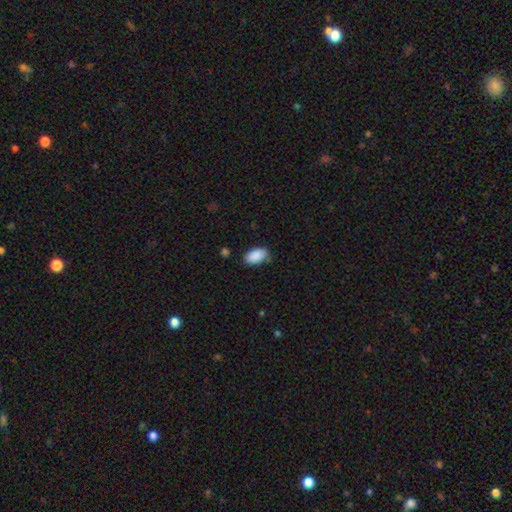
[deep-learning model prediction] This is clearly a smooth galaxy (90%). How rounded: clearly in between (94%). Merging: likely none (72%).